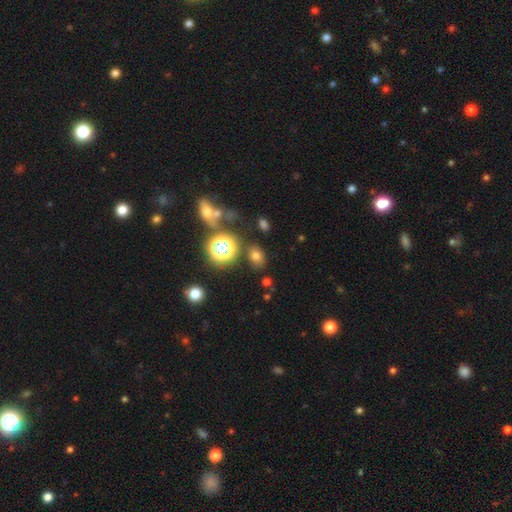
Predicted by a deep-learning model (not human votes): A smooth galaxy with no disk features (67%) that is in between round and cigar-shaped (67%). Merging: none (77%).